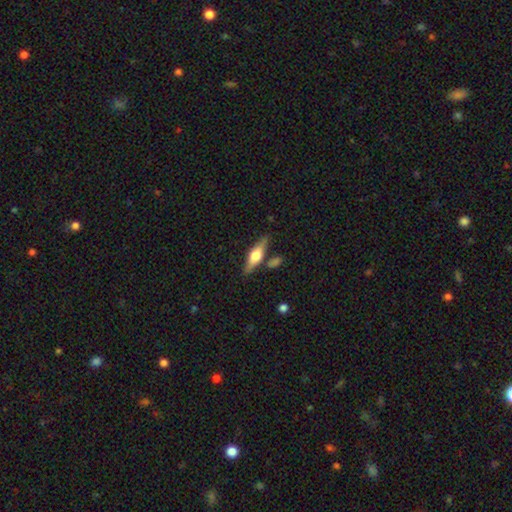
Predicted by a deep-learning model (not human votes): Q: Smooth or featured?
A: featured or disk (55%); runner-up: smooth (39%)
Q: Edge-on disk?
A: yes (93%); runner-up: no (7%)
Q: Edge-on bulge?
A: rounded (89%); runner-up: boxy (9%)
Q: Merging?
A: none (78%); runner-up: minor disturbance (12%)